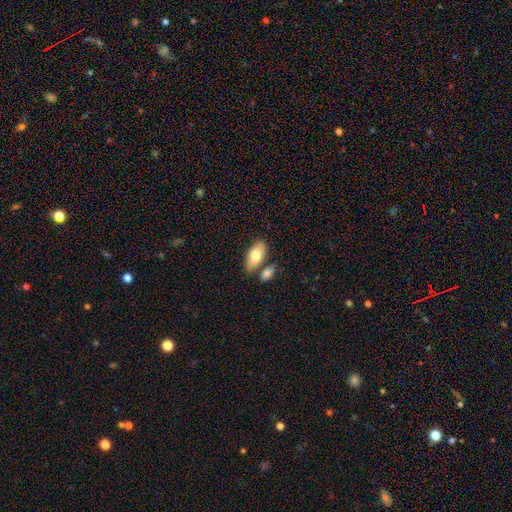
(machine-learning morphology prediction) Smooth or featured: smooth — 78% (featured or disk — 16%)
How rounded: in between — 92% (cigar-shaped — 6%)
Merging: none — 65% (merger — 21%)